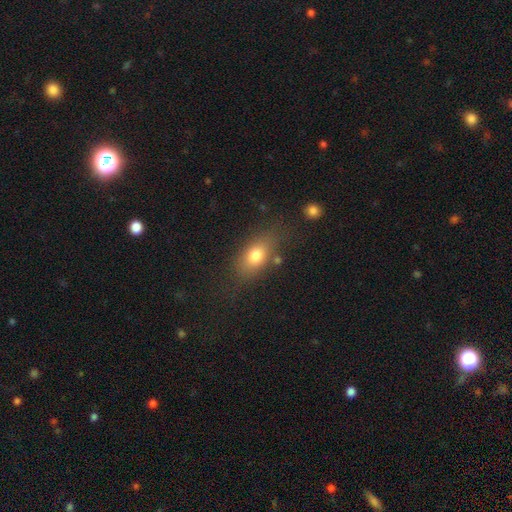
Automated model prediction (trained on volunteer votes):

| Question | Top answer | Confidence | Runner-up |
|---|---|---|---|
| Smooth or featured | smooth | 75% | featured or disk (15%) |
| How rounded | in between | 77% | round (16%) |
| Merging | none | 70% | minor disturbance (17%) |